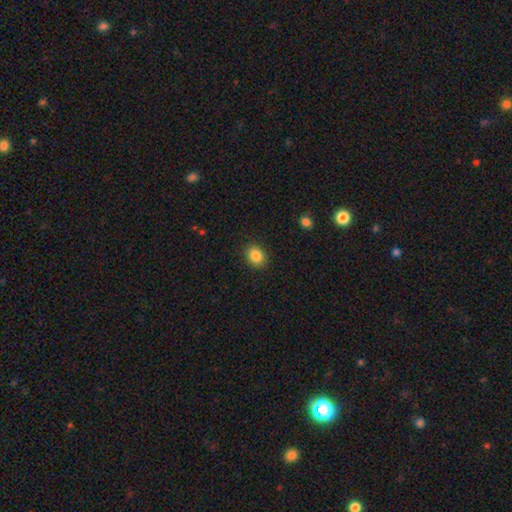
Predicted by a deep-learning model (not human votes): Smooth or featured? Predicted: smooth (p=0.85). How rounded? Predicted: round (p=0.54). Merging? Predicted: none (p=0.89).